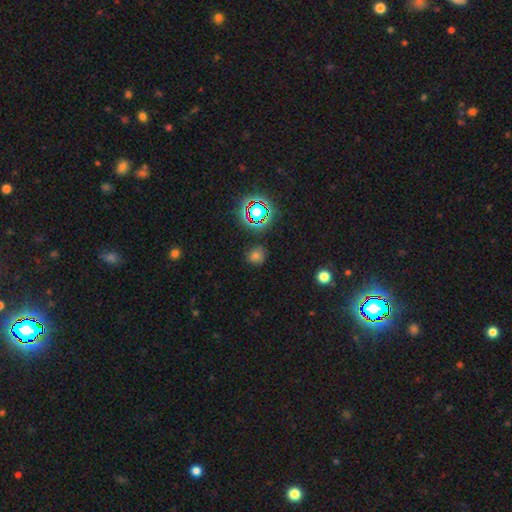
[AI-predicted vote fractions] smooth 58%, star or artifact 31%, featured or disk 10%. Down the decision tree: how rounded — round (80%); merging — none (80%).